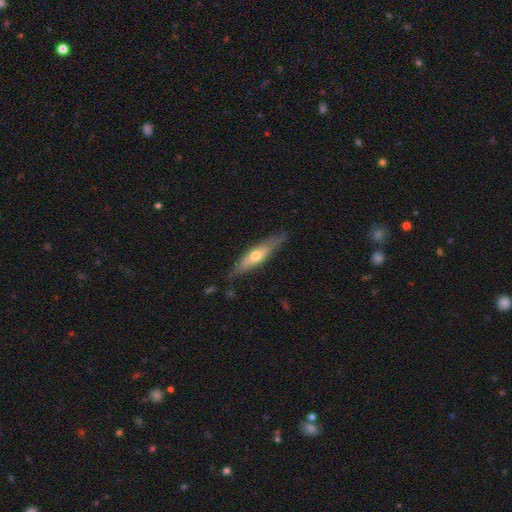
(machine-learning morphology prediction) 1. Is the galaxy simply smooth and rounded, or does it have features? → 50% smooth, 45% featured or disk, 5% star or artifact.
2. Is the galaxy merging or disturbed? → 76% none, 18% minor disturbance, 4% major disturbance, 2% merger.